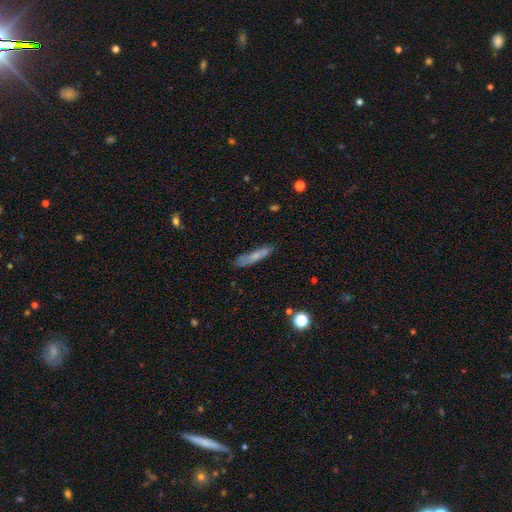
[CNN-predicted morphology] This is likely a smooth galaxy (68%). How rounded: clearly cigar-shaped (87%). Merging: likely none (72%).